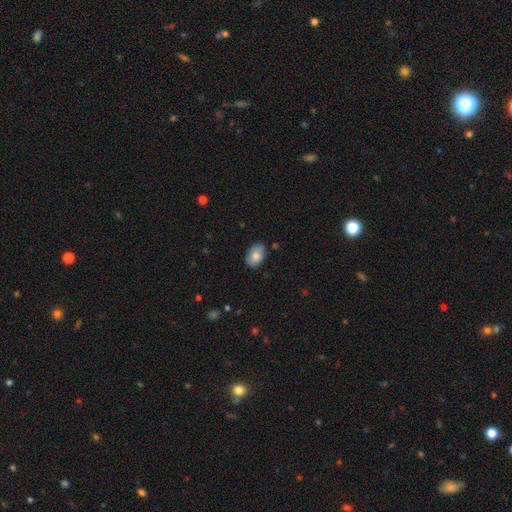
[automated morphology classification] Smooth or featured? smooth (81%)
How rounded? in between (86%)
Merging? none (82%)